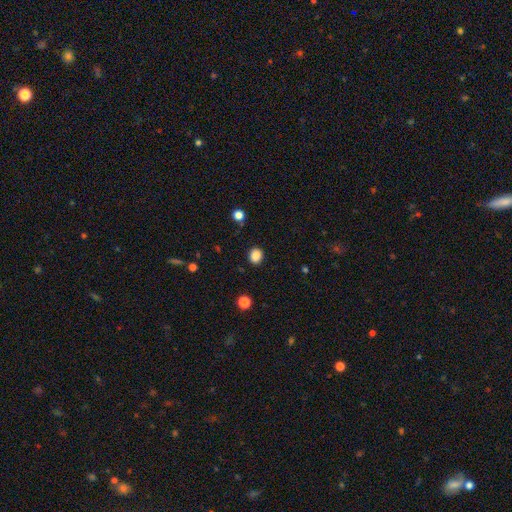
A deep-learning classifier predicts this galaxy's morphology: smooth 86%, star or artifact 11%, featured or disk 3%. Down the decision tree: how rounded — round (68%); merging — none (89%).